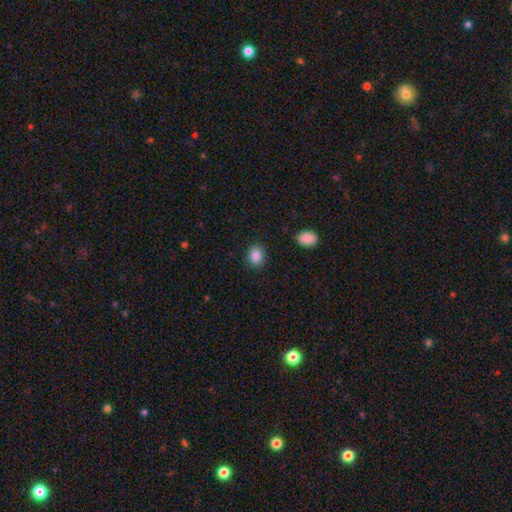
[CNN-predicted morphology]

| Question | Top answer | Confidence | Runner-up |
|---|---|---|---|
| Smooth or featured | smooth | 87% | star or artifact (9%) |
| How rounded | round | 53% | in between (46%) |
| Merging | none | 88% | minor disturbance (8%) |